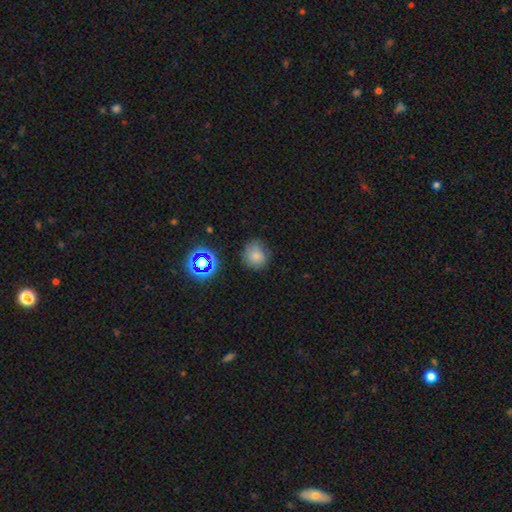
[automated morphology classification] Smooth or featured? Predicted: smooth (p=0.73). How rounded? Predicted: round (p=0.83). Merging? Predicted: none (p=0.75).